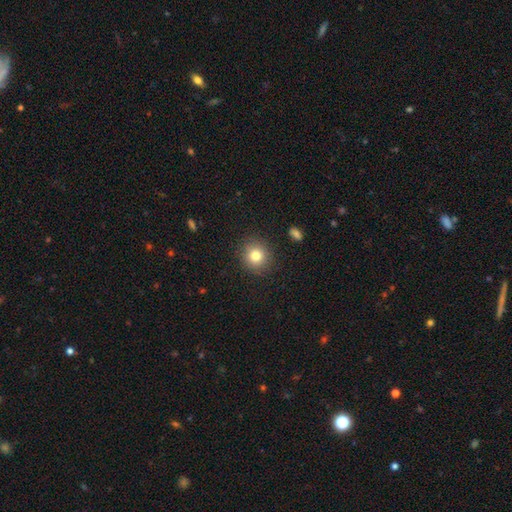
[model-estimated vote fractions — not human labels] Smooth or featured: smooth — 81% (star or artifact — 11%)
How rounded: round — 89% (in between — 10%)
Merging: none — 88% (minor disturbance — 8%)